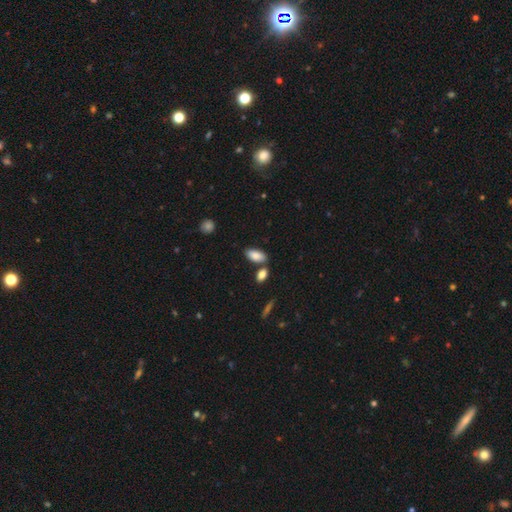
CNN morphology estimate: smooth 86%, featured or disk 8%, star or artifact 6%. Down the decision tree: how rounded — in between (91%); merging — none (74%).